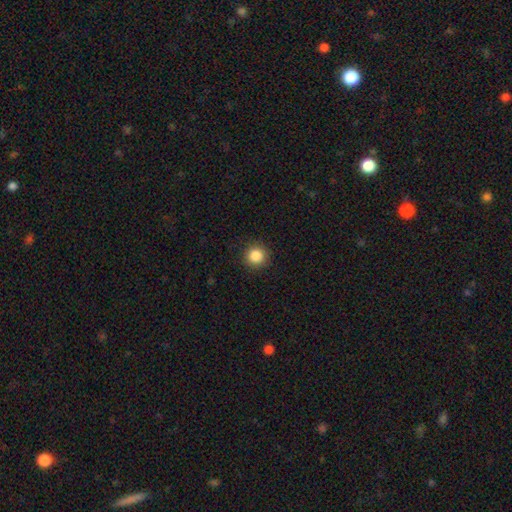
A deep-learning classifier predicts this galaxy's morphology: This appears to be a smooth galaxy with no disk features (86%) that is round (94%). Merging: none (91%).